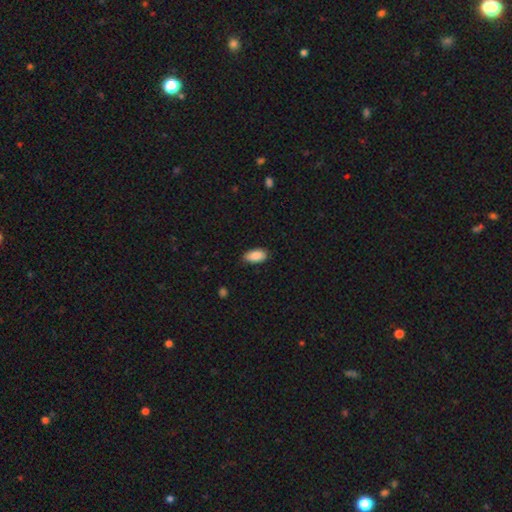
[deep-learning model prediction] Smooth or featured?
  - smooth: 89% *
  - star or artifact: 7%
  - featured or disk: 4%
How rounded?
  - in between: 93% *
  - cigar-shaped: 4%
  - round: 3%
Merging?
  - none: 81% *
  - minor disturbance: 15%
  - major disturbance: 2%
  - merger: 1%